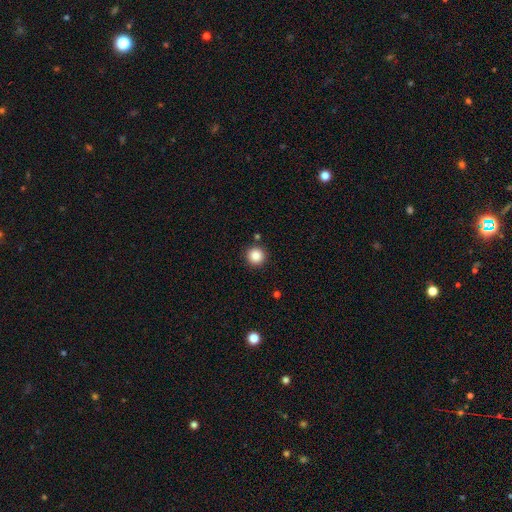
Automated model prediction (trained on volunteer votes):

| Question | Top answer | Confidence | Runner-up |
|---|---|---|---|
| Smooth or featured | smooth | 86% | star or artifact (10%) |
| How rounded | round | 95% | in between (4%) |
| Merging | none | 90% | minor disturbance (6%) |